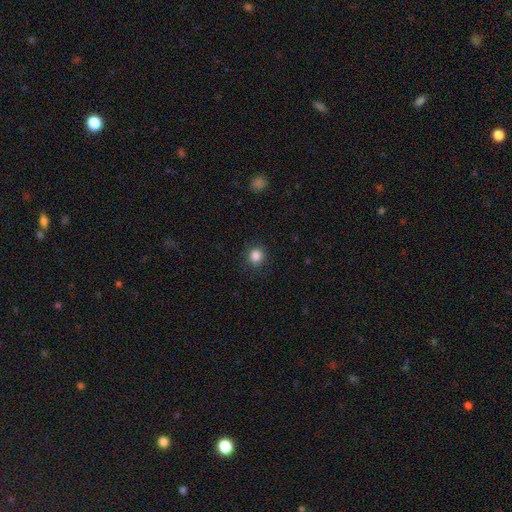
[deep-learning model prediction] Q: Smooth or featured?
A: smooth (85%); runner-up: star or artifact (11%)
Q: How rounded?
A: round (88%); runner-up: in between (11%)
Q: Merging?
A: none (89%); runner-up: minor disturbance (7%)